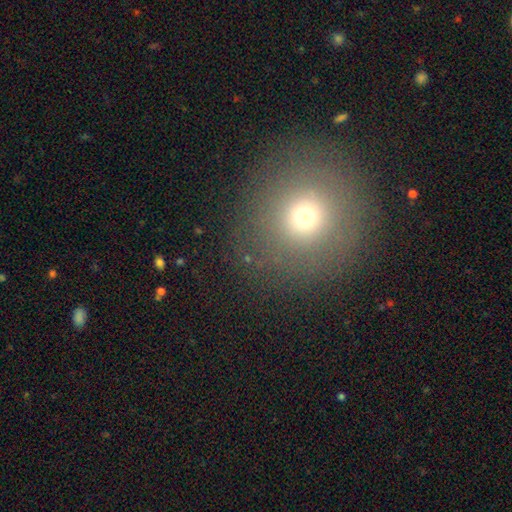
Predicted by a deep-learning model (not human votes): smooth_or_featured: smooth (p=0.69) [alt: star or artifact p=0.20]
how_rounded: round (p=0.92) [alt: in between p=0.07]
merging: none (p=0.88) [alt: minor disturbance p=0.07]